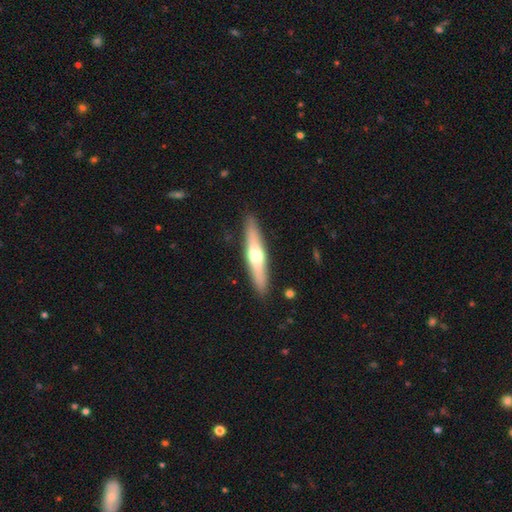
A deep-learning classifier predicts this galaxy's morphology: The model was most divided on "smooth or featured": featured or disk: 51%, smooth: 44%, star or artifact: 5%. More confident: edge-on disk — yes (91%); merging — none (90%).